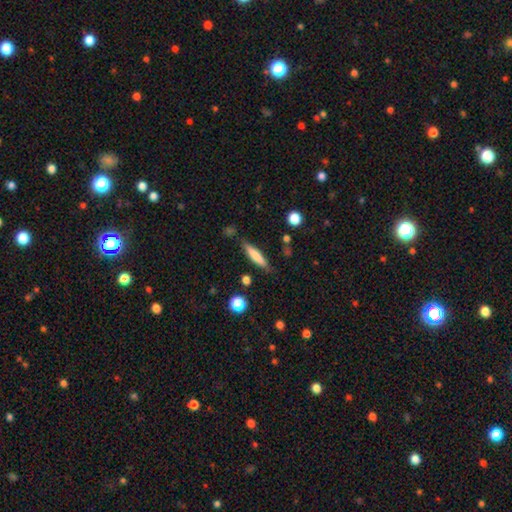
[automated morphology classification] The model was most divided on "smooth or featured": smooth: 67%, featured or disk: 27%, star or artifact: 7%. More confident: how rounded — cigar-shaped (85%); merging — none (79%).